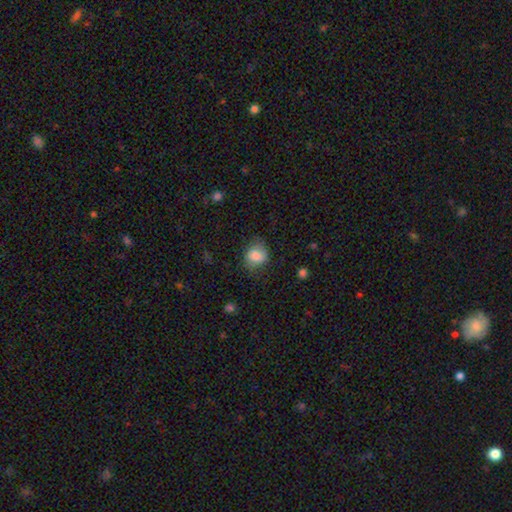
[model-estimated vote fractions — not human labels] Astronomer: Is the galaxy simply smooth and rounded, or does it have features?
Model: smooth — 79%.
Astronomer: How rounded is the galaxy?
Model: round — 55% (runner-up: in between, 44%).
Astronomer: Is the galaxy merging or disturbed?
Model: none — 63%.